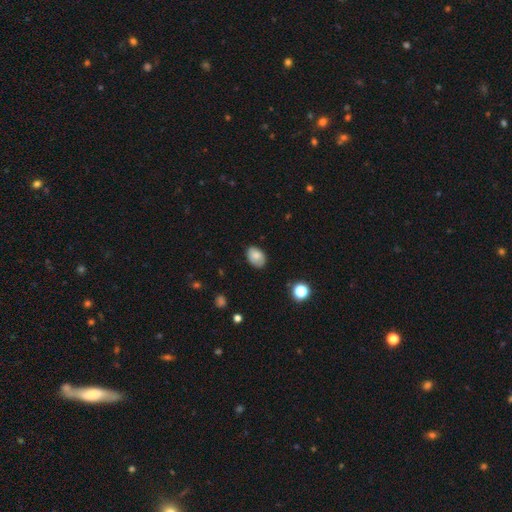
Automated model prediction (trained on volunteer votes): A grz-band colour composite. It shows a smooth galaxy with no disk features (78%) that is in between round and cigar-shaped (79%). Merging: none (78%).